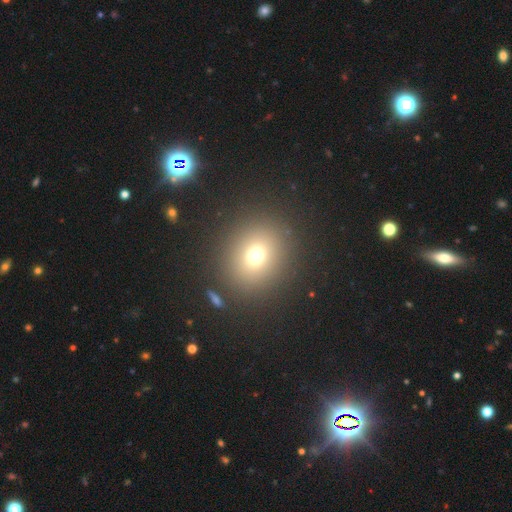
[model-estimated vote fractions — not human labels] Smooth or featured? Predicted: smooth (p=0.71). How rounded? Predicted: round (p=0.75). Merging? Predicted: none (p=0.87).